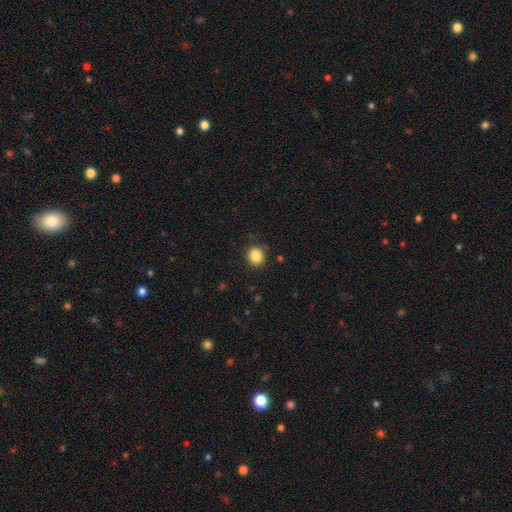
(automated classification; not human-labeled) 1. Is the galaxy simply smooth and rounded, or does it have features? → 87% smooth, 10% star or artifact, 3% featured or disk.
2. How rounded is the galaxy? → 79% round, 20% in between, 1% cigar-shaped.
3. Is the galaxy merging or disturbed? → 87% none, 9% minor disturbance, 3% major disturbance, 1% merger.